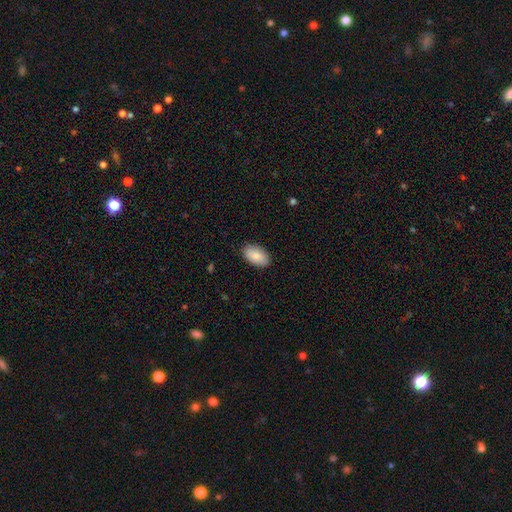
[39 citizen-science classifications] Smooth or featured?
  - smooth: 74% *
  - featured or disk: 15%
  - star or artifact: 10%
How rounded?
  - in between: 93% *
  - round: 7%
  - cigar-shaped: 0%
Merging?
  - none: 89% *
  - major disturbance: 6%
  - merger: 6%
  - minor disturbance: 0%